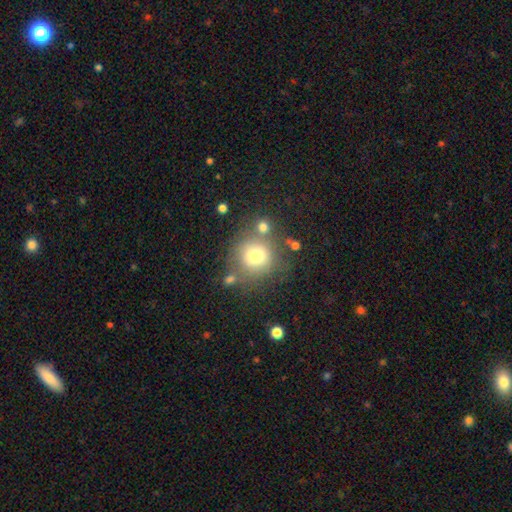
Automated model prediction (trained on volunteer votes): Smooth or featured? smooth (74%)
How rounded? round (90%)
Merging? none (67%)